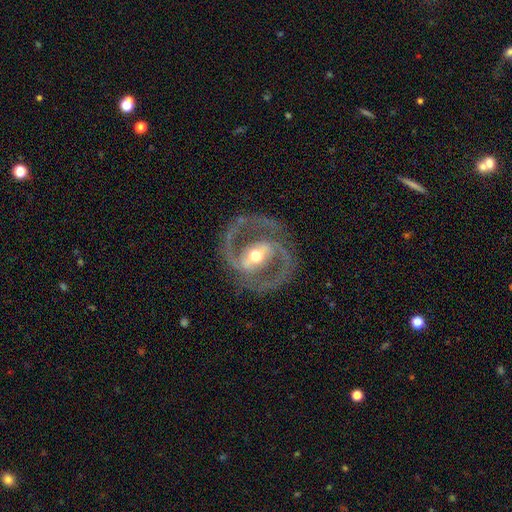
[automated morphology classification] A featured or disk galaxy (90%) with a strong bar (56%), 2 (88%) medium (50%) spiral arms (93%) and a moderate central bulge (60%). Merging: none (82%).